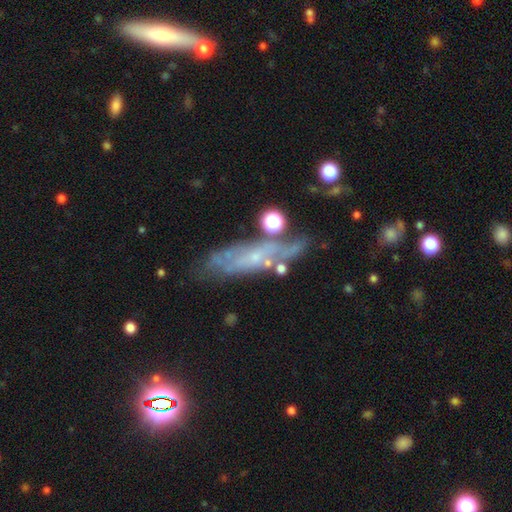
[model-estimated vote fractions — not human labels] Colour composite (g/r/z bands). It shows a featured or disk galaxy (62%). Merging: none (58%).